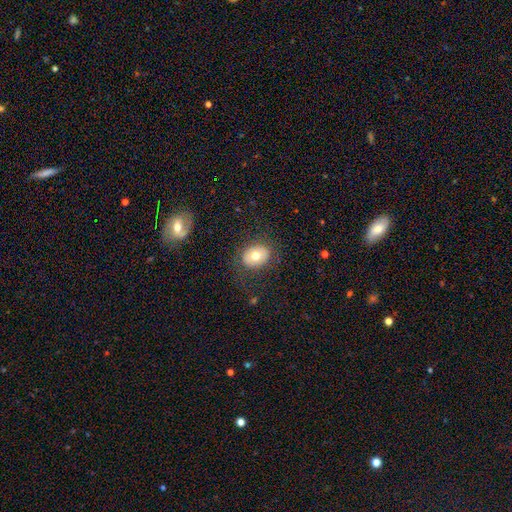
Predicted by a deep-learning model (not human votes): A smooth galaxy with no disk features (69%) that is in between round and cigar-shaped (54%). Merging: none (82%).